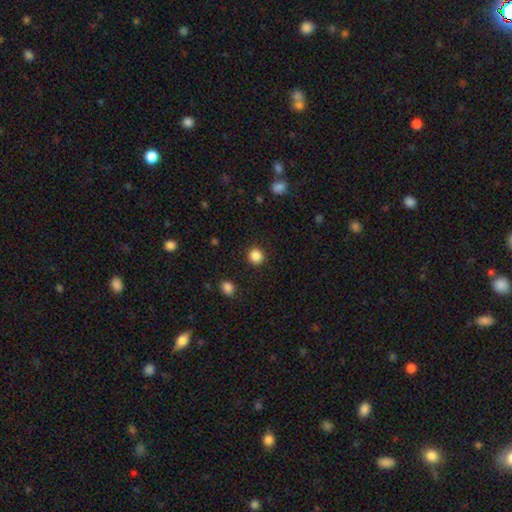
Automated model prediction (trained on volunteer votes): A smooth galaxy with no disk features (86%) that is round (93%). Merging: none (92%).